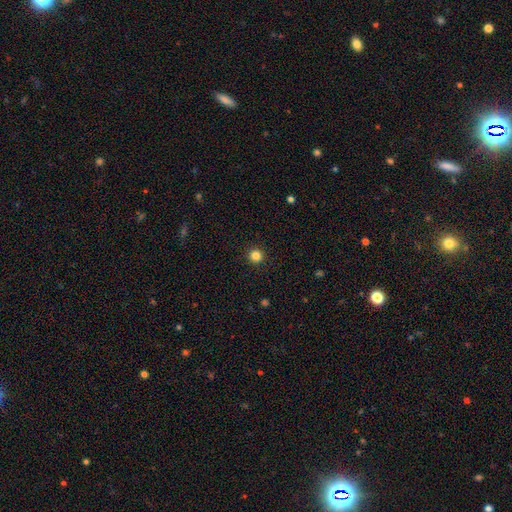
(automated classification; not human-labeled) Smooth or featured?
  - smooth: 84% *
  - star or artifact: 12%
  - featured or disk: 4%
How rounded?
  - round: 95% *
  - in between: 4%
  - cigar-shaped: 1%
Merging?
  - none: 93% *
  - minor disturbance: 4%
  - major disturbance: 2%
  - merger: 1%